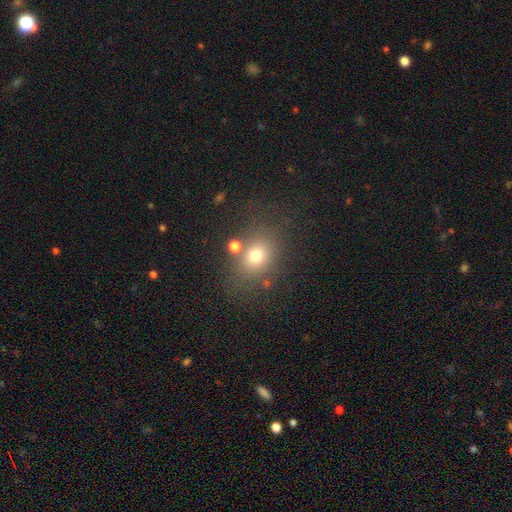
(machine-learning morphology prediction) type=smooth (70%); roundness=round (52%); merging=none (70%).